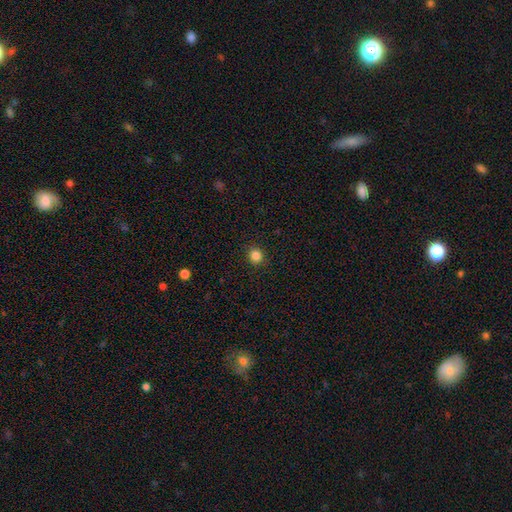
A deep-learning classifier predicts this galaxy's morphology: Q: Smooth or featured?
A: smooth (84%); runner-up: star or artifact (12%)
Q: How rounded?
A: round (86%); runner-up: in between (13%)
Q: Merging?
A: none (91%); runner-up: minor disturbance (6%)